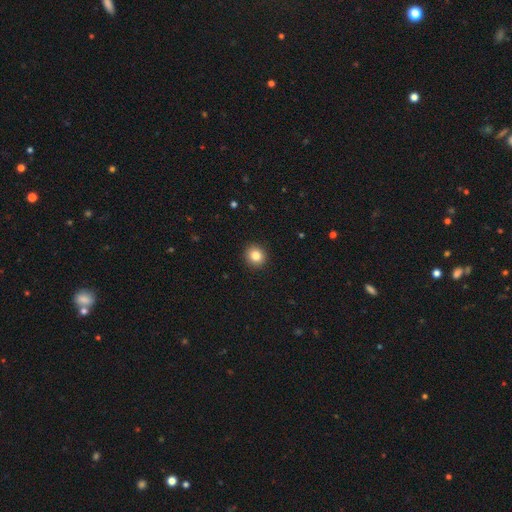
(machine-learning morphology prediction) The model was most divided on "smooth or featured": smooth: 83%, star or artifact: 10%, featured or disk: 6%. More confident: merging — none (93%); how rounded — round (89%).